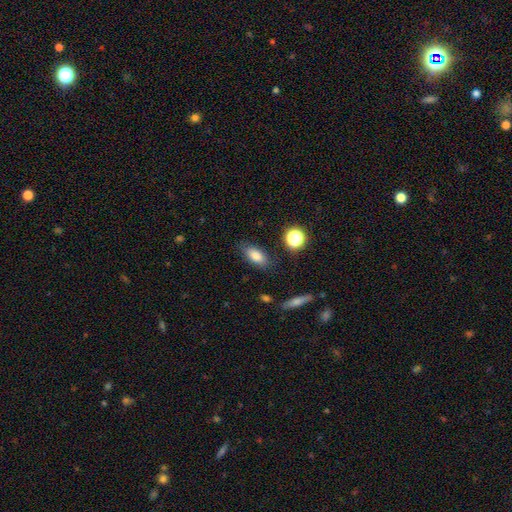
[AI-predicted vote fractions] Q: Smooth or featured?
A: smooth (82%); runner-up: star or artifact (10%)
Q: How rounded?
A: in between (82%); runner-up: cigar-shaped (12%)
Q: Merging?
A: none (82%); runner-up: minor disturbance (12%)